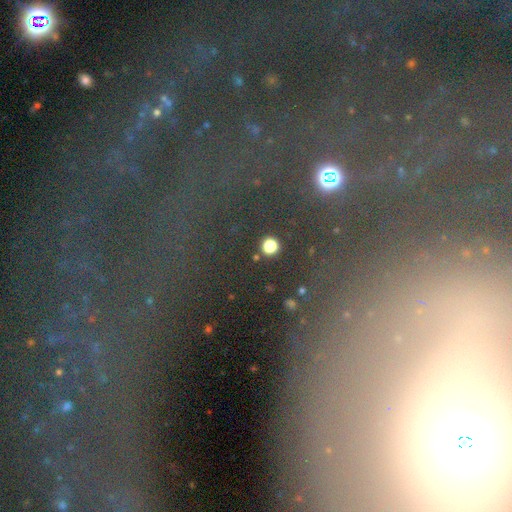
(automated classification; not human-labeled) Morphology: type=star or artifact (67%).